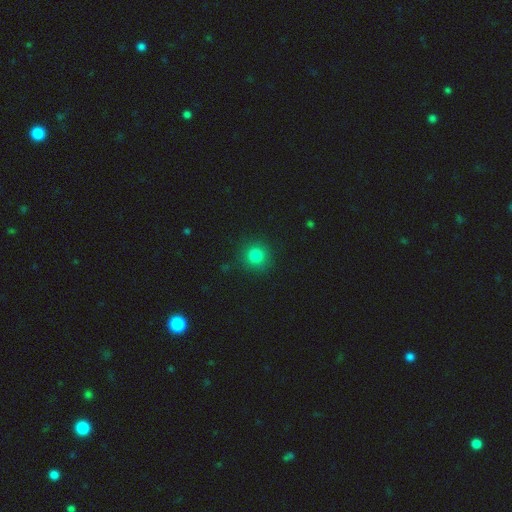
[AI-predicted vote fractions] A smooth galaxy with no disk features (81%) that is round (92%).

Vote fractions:
- Smooth or featured? smooth: 81% / star or artifact: 14% / featured or disk: 5%
- How rounded? round: 92% / in between: 7% / cigar-shaped: 1%
- Merging? none: 88% / minor disturbance: 8% / major disturbance: 3% / merger: 1%